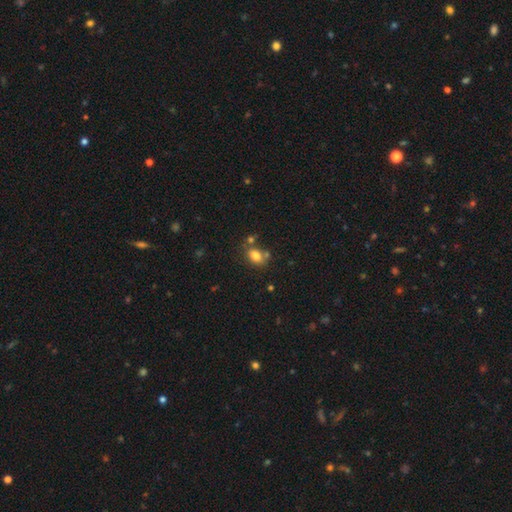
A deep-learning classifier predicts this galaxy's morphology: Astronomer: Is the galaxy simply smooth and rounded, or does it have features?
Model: smooth — 80%.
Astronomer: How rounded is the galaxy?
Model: in between — 75%.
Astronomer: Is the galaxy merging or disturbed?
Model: none — 61%.